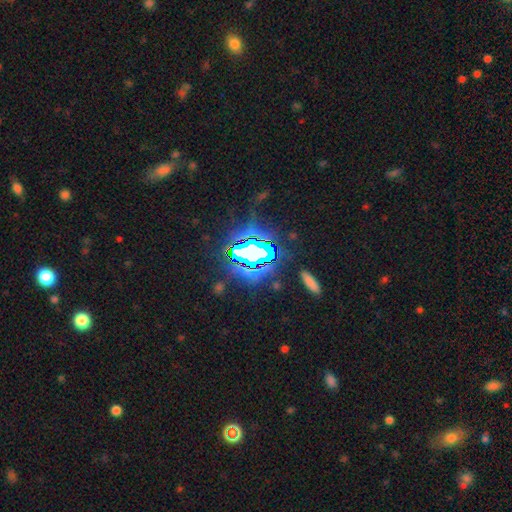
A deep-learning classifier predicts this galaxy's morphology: Overall: star or artifact (71%).